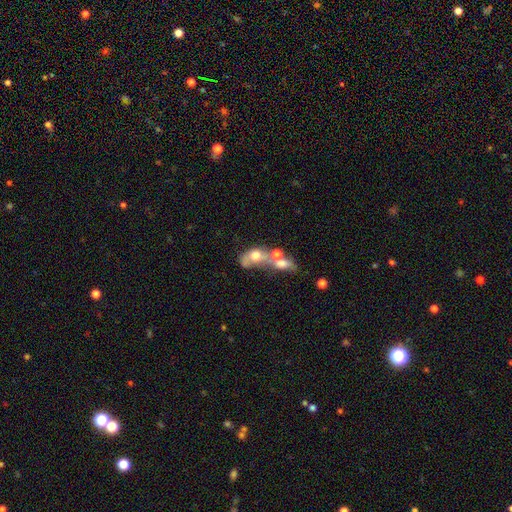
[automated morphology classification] Q: Smooth or featured?
A: smooth (48%); runner-up: featured or disk (40%)
Q: Merging?
A: merger (66%); runner-up: major disturbance (14%)